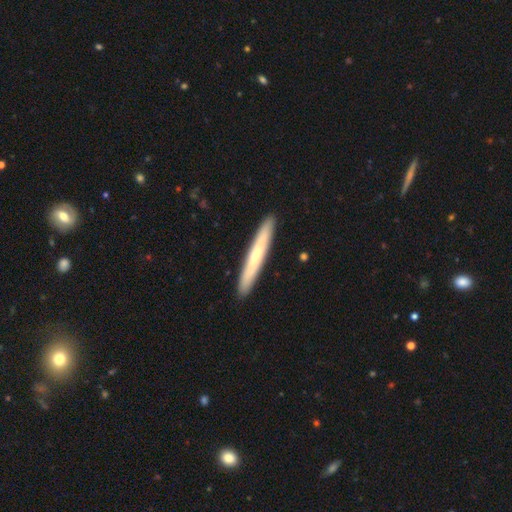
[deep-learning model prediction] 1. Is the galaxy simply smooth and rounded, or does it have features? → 49% featured or disk, 44% smooth, 7% star or artifact.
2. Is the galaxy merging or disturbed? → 90% none, 7% minor disturbance, 1% major disturbance, 1% merger.